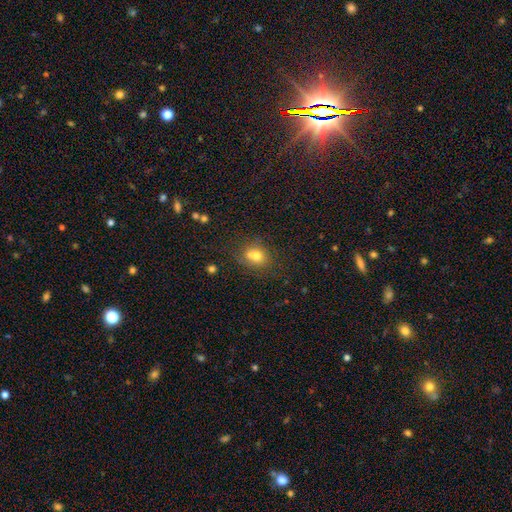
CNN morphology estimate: A smooth galaxy with no disk features (72%) that is round (61%). Merging: none (48%).